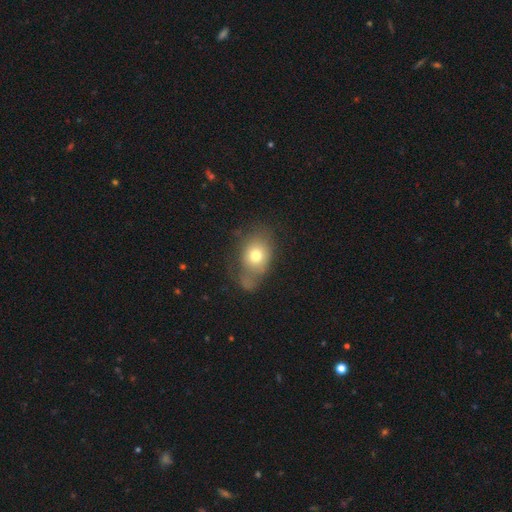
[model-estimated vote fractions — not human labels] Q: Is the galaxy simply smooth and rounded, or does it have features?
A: smooth — 71%.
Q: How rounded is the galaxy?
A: in between — 67%.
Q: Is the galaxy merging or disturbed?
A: none — 41%.